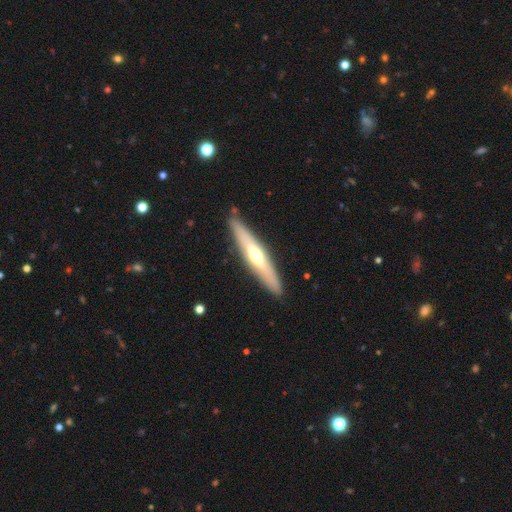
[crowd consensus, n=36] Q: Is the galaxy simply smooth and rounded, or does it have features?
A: featured or disk — 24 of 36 (67%).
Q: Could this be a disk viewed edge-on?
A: yes — 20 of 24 (83%).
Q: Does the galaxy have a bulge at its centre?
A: rounded — 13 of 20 (65%).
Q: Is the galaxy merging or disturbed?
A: none — 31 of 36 (86%).